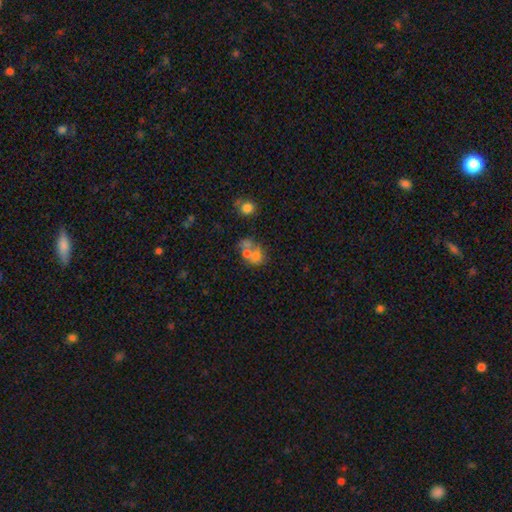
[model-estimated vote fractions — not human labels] Overall: smooth (58%; featured or disk 28%). How rounded: round (55%; in between 44%). Merging: merger (58%; none 25%).